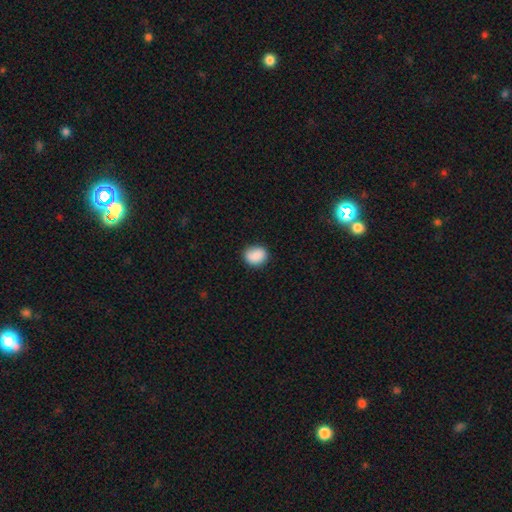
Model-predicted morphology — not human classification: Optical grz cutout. It shows a smooth galaxy with no disk features (88%) that is round (58%). Merging: none (84%).